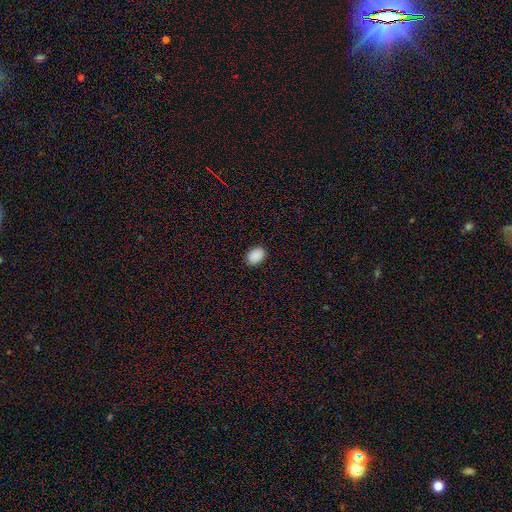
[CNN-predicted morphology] smooth-or-featured: smooth: 90% | star or artifact: 8% | featured or disk: 3%
  how-rounded: in between: 77% | round: 22% | cigar-shaped: 1%
  merging: none: 89% | minor disturbance: 8% | major disturbance: 2% | merger: 1%